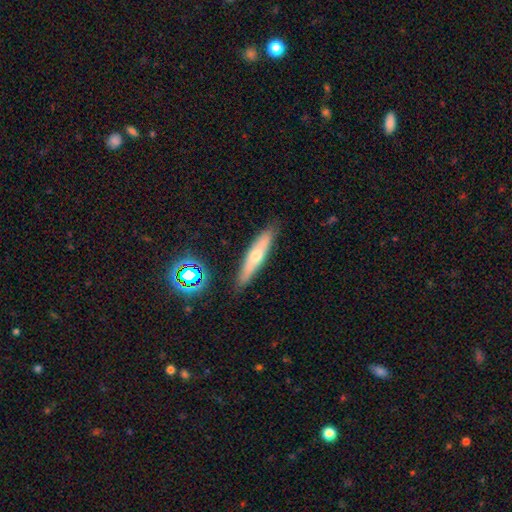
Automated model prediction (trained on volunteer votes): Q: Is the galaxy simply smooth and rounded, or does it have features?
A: smooth — 50%.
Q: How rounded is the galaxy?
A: cigar-shaped — 81%.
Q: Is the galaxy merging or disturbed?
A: none — 86%.